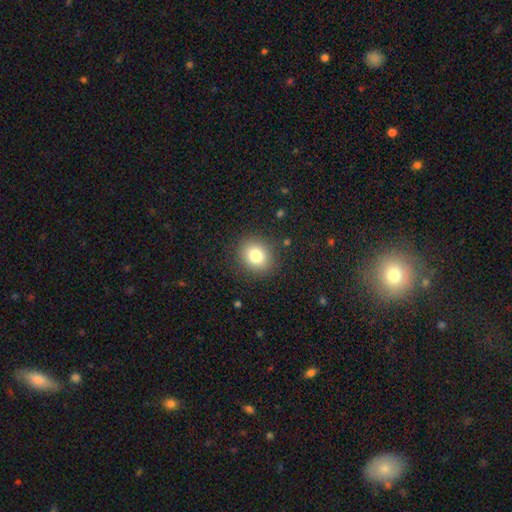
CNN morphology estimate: A smooth galaxy with no disk features (80%) that is round (73%). Merging: none (88%).